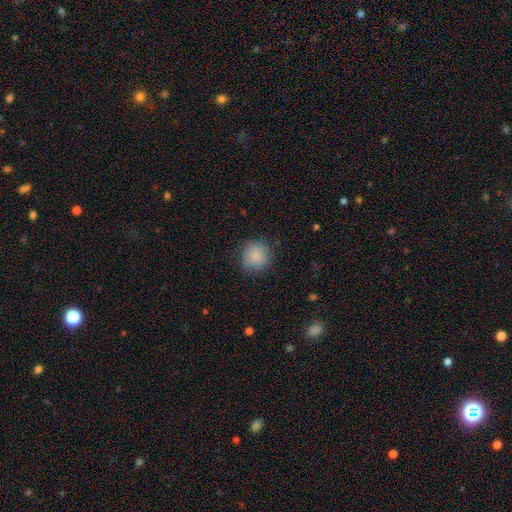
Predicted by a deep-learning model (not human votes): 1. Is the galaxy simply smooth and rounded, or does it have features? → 86% smooth, 8% star or artifact, 6% featured or disk.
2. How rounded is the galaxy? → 88% round, 11% in between, 1% cigar-shaped.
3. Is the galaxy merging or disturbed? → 78% none, 16% minor disturbance, 5% major disturbance, 1% merger.